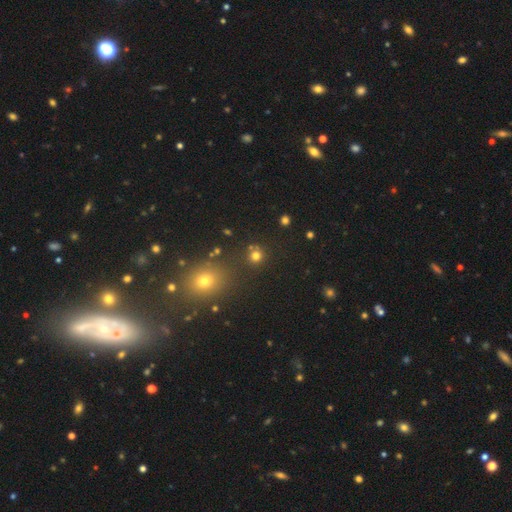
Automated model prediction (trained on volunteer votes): Q: Smooth or featured?
A: smooth (74%); runner-up: star or artifact (20%)
Q: How rounded?
A: round (90%); runner-up: in between (9%)
Q: Merging?
A: none (79%); runner-up: merger (10%)